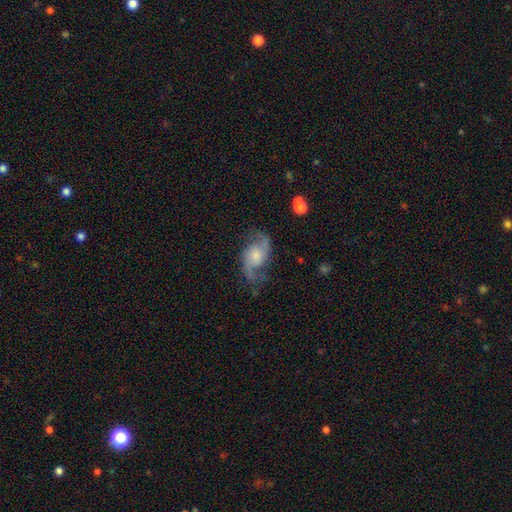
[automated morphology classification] A featured or disk galaxy (84%) with no bar (61%), 2 (92%) loose (61%) spiral arms (96%) and a moderate central bulge (40%).

Vote fractions:
- Smooth or featured? featured or disk: 84% / smooth: 10% / star or artifact: 6%
- Edge-on disk? no: 97% / yes: 3%
- Bar? no: 61% / weak: 32% / strong: 7%
- Spiral arms? yes: 96% / no: 4%
- Spiral winding? loose: 61% / medium: 32% / tight: 7%
- Spiral arm count? 2: 92% / can't tell: 2% / 1: 2% / 3: 1% / 4: 1% / more than 4: 1%
- Bulge size? moderate: 40% / small: 32% / large: 14% / none: 11% / dominant: 2%
- Merging? none: 70% / minor disturbance: 18% / major disturbance: 11% / merger: 2%